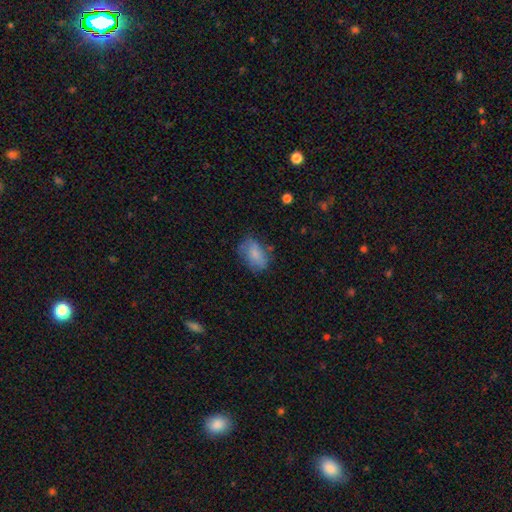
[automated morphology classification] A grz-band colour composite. It shows a smooth galaxy with no disk features (77%) that is in between round and cigar-shaped (86%). Merging: none (59%).